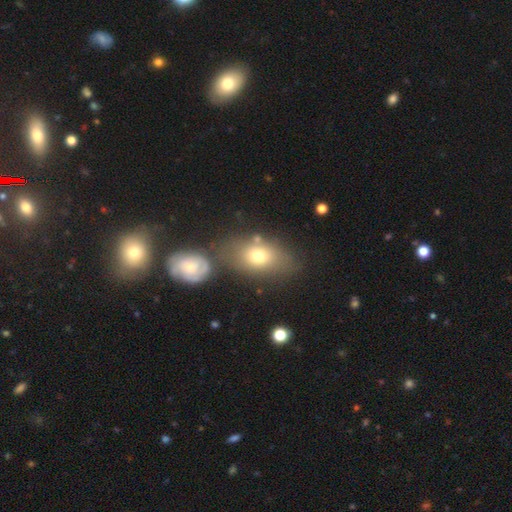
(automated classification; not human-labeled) Smooth or featured? smooth (68%)
How rounded? in between (75%)
Merging? none (53%)